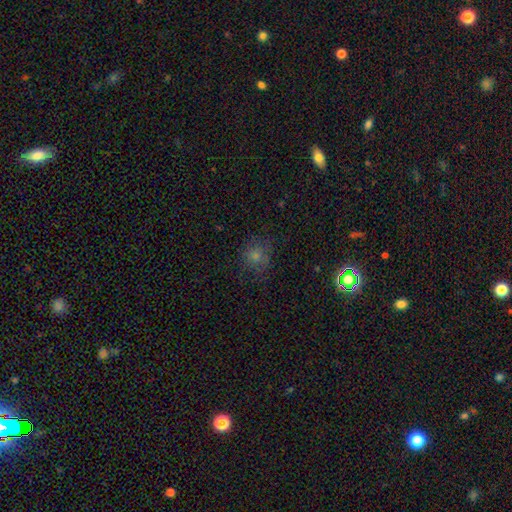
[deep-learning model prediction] smooth_or_featured: smooth (p=0.57) [alt: star or artifact p=0.29]
how_rounded: round (p=0.85) [alt: in between p=0.14]
merging: none (p=0.72) [alt: minor disturbance p=0.18]